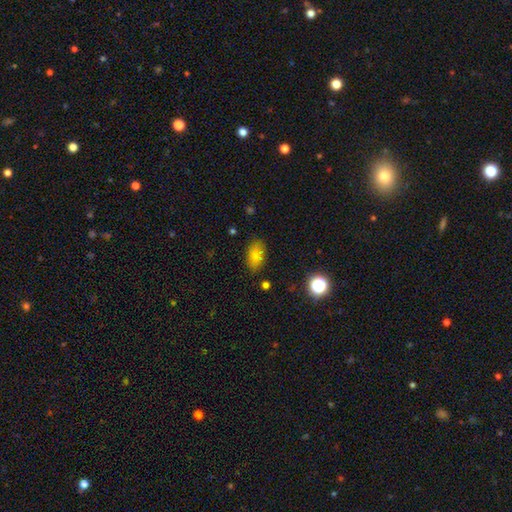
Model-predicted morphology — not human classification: The model was most divided on "merging": none: 80%, minor disturbance: 13%, major disturbance: 3%, merger: 3%. More confident: how rounded — in between (90%); smooth or featured — smooth (79%).